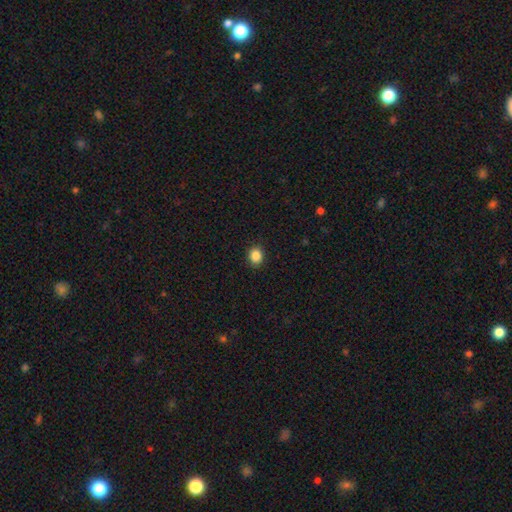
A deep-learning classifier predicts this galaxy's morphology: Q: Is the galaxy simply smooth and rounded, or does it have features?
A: smooth — 87%.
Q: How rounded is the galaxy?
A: round — 63%.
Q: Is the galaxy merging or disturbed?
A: none — 91%.